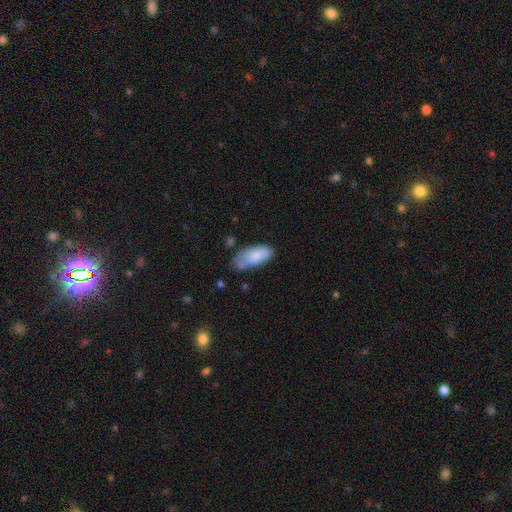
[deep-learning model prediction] Smooth or featured? smooth (81%)
How rounded? in between (89%)
Merging? none (50%)